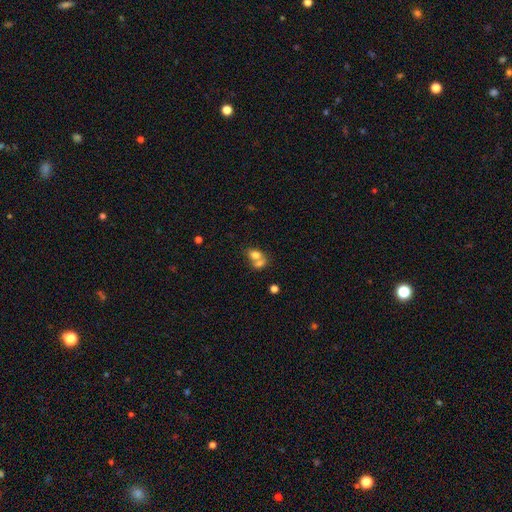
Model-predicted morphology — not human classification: smooth-or-featured: smooth: 72% | featured or disk: 18% | star or artifact: 10%
  how-rounded: in between: 65% | round: 33% | cigar-shaped: 2%
  merging: merger: 64% | none: 24% | minor disturbance: 7% | major disturbance: 4%